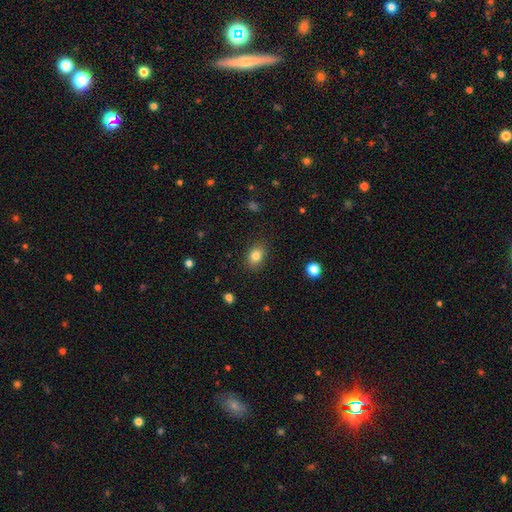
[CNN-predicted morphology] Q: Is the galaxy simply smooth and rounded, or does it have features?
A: smooth — 82%.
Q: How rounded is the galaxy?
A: in between — 66%.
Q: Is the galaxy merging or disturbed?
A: none — 85%.